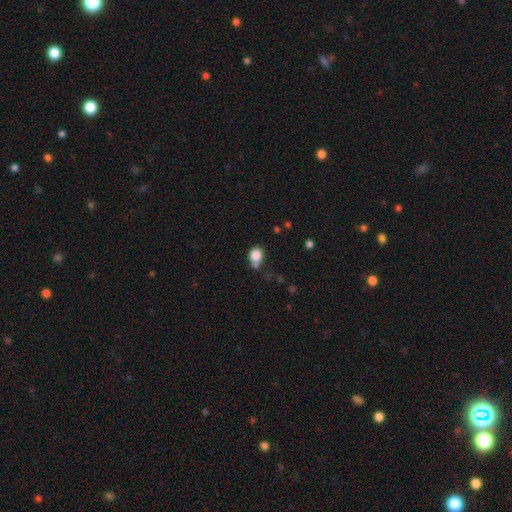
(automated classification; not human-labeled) A smooth galaxy with no disk features (82%) that is round (53%).

Vote fractions:
- Smooth or featured? smooth: 82% / star or artifact: 10% / featured or disk: 7%
- How rounded? round: 53% / in between: 45% / cigar-shaped: 1%
- Merging? none: 47% / minor disturbance: 27% / merger: 17% / major disturbance: 9%